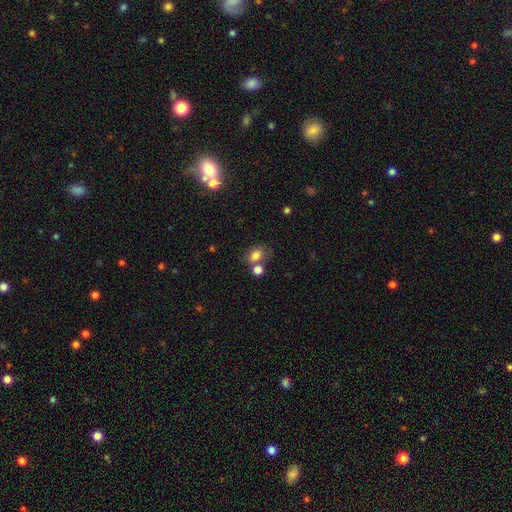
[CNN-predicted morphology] type=smooth (80%); roundness=in between (64%); merging=none (49%).